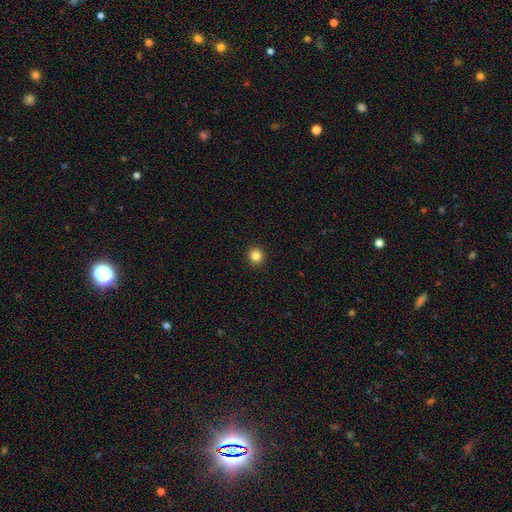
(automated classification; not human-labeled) This appears to be a smooth galaxy with no disk features (85%) that is round (87%). Merging: none (93%).